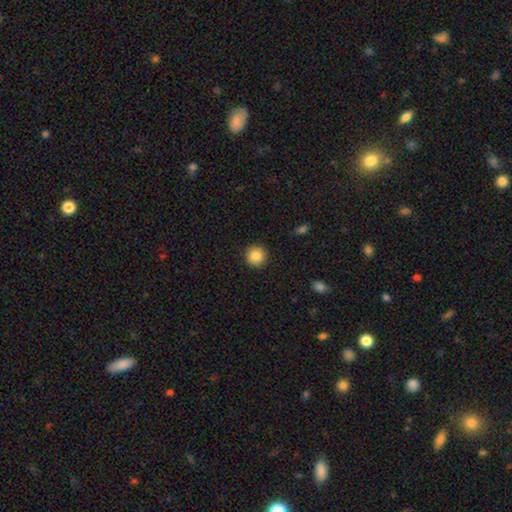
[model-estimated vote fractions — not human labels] This is clearly a smooth galaxy (85%). How rounded: clearly round (95%). Merging: clearly none (92%).